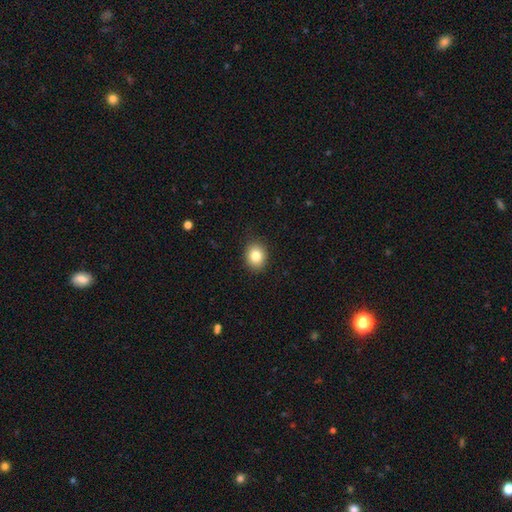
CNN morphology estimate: This appears to be a smooth galaxy with no disk features (83%) that is round (56%). Merging: none (88%).